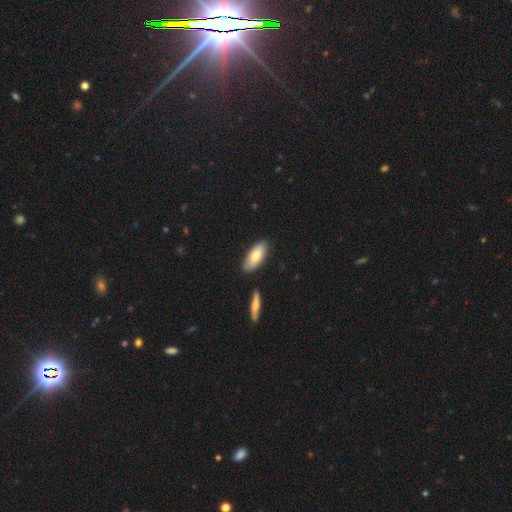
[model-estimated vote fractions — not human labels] Q: Smooth or featured?
A: smooth (78%); runner-up: featured or disk (17%)
Q: How rounded?
A: in between (82%); runner-up: cigar-shaped (17%)
Q: Merging?
A: none (83%); runner-up: minor disturbance (11%)